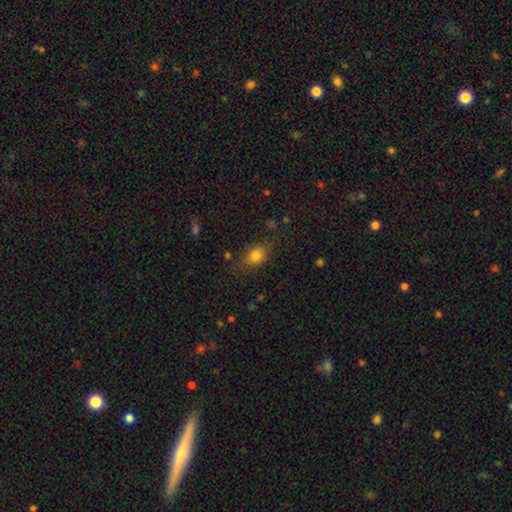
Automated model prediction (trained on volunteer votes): Smooth or featured: smooth — 79% (star or artifact — 12%)
How rounded: in between — 65% (round — 32%)
Merging: none — 75% (minor disturbance — 18%)